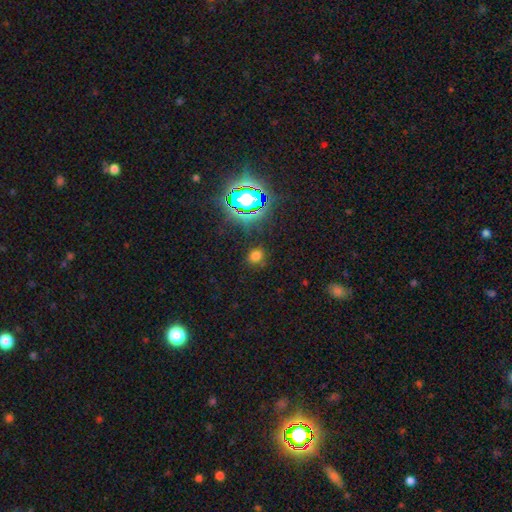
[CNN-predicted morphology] smooth 63%, star or artifact 31%, featured or disk 6%. Down the decision tree: how rounded — round (68%); merging — none (80%).